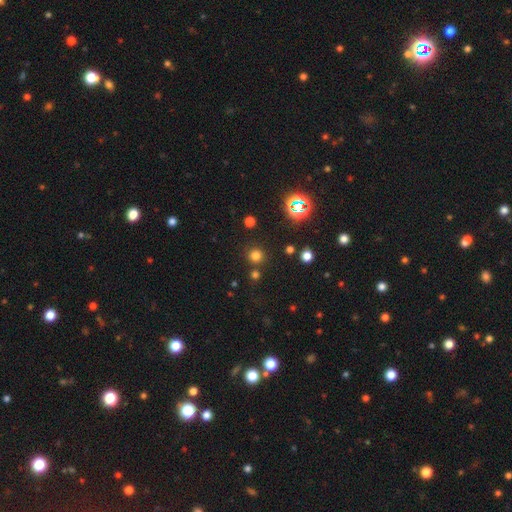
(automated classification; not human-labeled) Smooth or featured?
  - smooth: 71% *
  - star or artifact: 24%
  - featured or disk: 5%
How rounded?
  - round: 93% *
  - in between: 6%
  - cigar-shaped: 1%
Merging?
  - none: 82% *
  - merger: 8%
  - minor disturbance: 7%
  - major disturbance: 3%